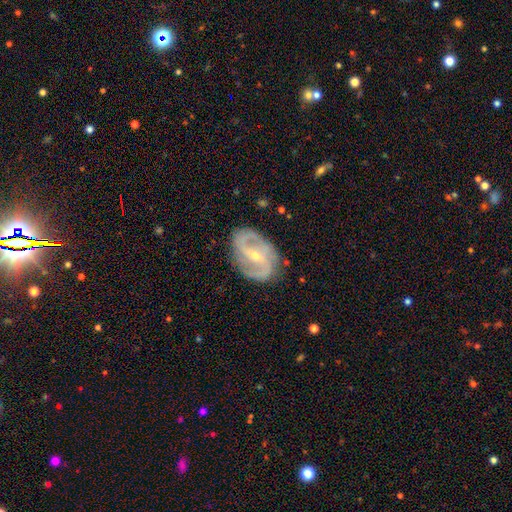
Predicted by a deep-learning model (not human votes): Morphology: type=featured or disk (88%); edge-on=no (96%); bar=weak (38%); spiral arms=yes (94%); winding=medium (47%); arm count=2 (83%); bulge=small (60%); merging=none (79%).